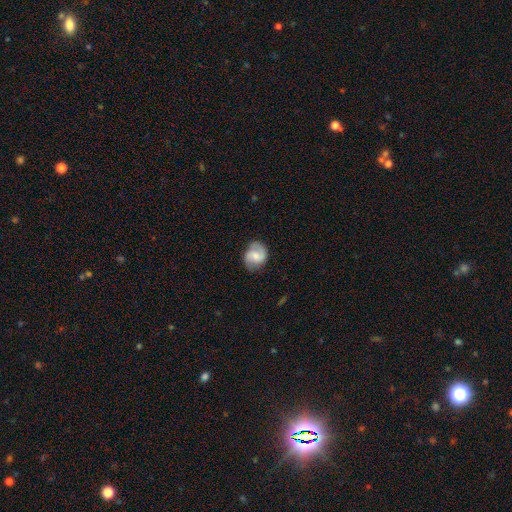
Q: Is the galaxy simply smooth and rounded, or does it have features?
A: featured or disk — 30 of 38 (79%).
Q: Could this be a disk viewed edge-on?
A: no — 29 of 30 (97%).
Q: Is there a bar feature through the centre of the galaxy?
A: no — 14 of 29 (48%).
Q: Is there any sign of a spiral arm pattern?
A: yes — 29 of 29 (100%).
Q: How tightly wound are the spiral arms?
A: medium — 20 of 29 (69%).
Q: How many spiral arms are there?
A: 2 — 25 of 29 (86%).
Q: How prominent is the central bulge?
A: moderate — 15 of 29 (52%).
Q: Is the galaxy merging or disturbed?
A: none — 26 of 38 (68%).